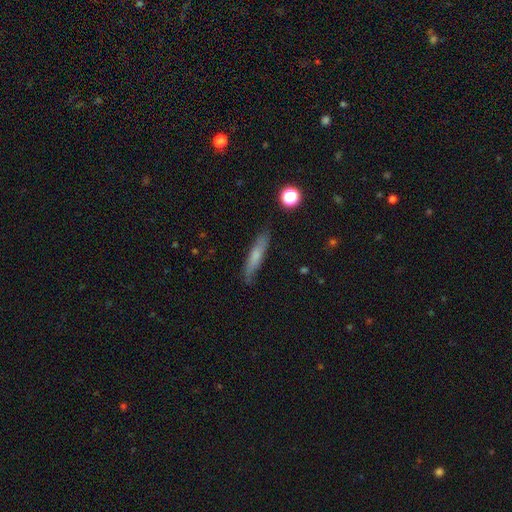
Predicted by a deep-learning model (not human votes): Overall: smooth (63%; featured or disk 29%). How rounded: cigar-shaped (88%). Merging: none (81%).